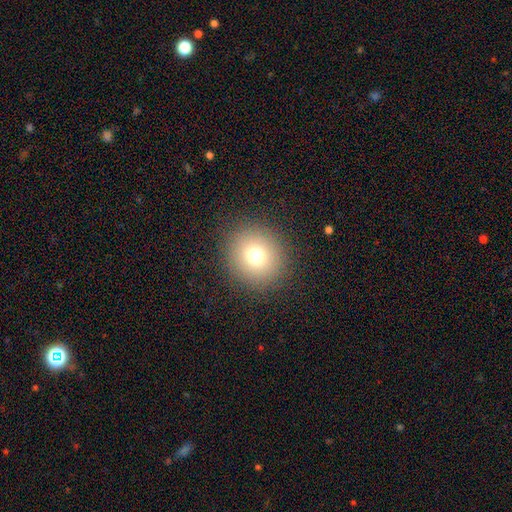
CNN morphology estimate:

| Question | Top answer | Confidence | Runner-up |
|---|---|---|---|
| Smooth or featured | smooth | 73% | star or artifact (16%) |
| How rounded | round | 88% | in between (12%) |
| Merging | none | 89% | minor disturbance (6%) |